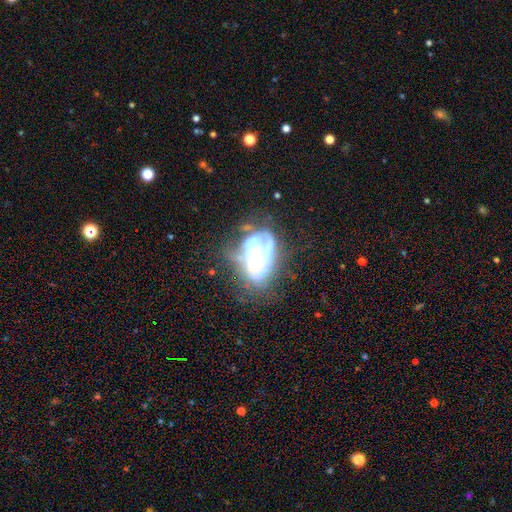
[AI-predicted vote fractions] Overall: featured or disk (68%). Edge-on disk: no (94%). Bar: no (77%). Spiral arms: no (63%; yes 37%). Bulge size: moderate (40%; large 26%). Merging: major disturbance (34%; none 27%).